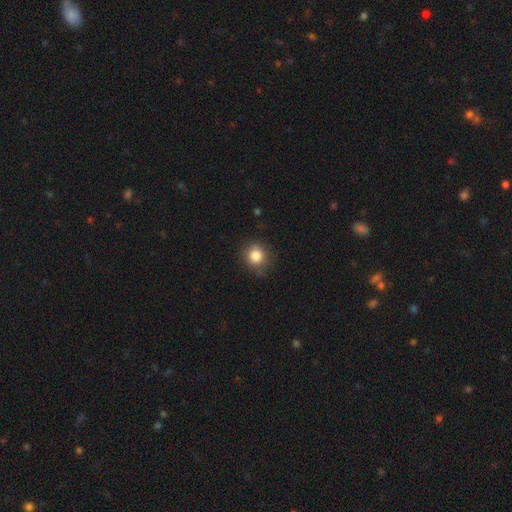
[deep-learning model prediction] Morphology: type=smooth (83%); roundness=round (87%); merging=none (79%).